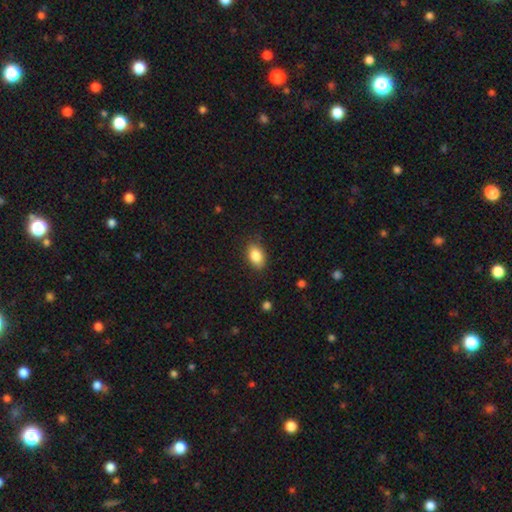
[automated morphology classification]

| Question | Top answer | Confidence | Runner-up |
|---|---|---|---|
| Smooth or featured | smooth | 86% | star or artifact (8%) |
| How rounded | in between | 89% | round (9%) |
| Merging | none | 83% | minor disturbance (13%) |